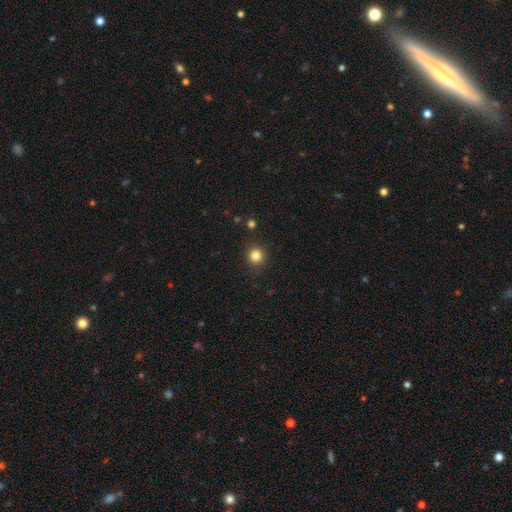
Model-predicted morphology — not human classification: A smooth galaxy with no disk features (83%) that is round (93%).

Vote fractions:
- Smooth or featured? smooth: 83% / star or artifact: 13% / featured or disk: 4%
- How rounded? round: 93% / in between: 6% / cigar-shaped: 1%
- Merging? none: 89% / minor disturbance: 7% / major disturbance: 2% / merger: 2%